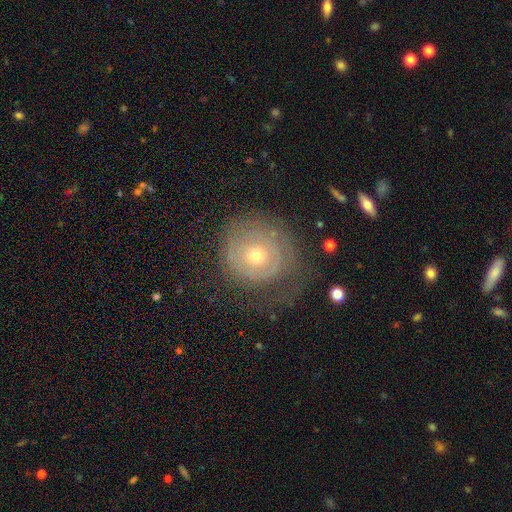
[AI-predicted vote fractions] Q: Smooth or featured?
A: featured or disk (61%); runner-up: smooth (31%)
Q: Edge-on disk?
A: no (96%); runner-up: yes (4%)
Q: Bar?
A: no (84%); runner-up: weak (13%)
Q: Spiral arms?
A: yes (64%); runner-up: no (36%)
Q: Bulge size?
A: moderate (50%); runner-up: small (46%)
Q: Merging?
A: none (61%); runner-up: minor disturbance (20%)